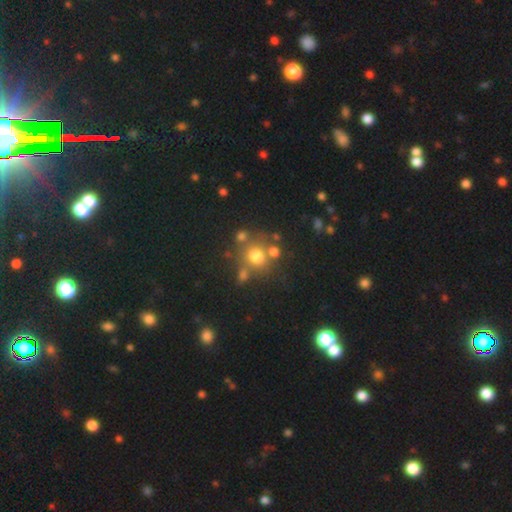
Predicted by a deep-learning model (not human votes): Q: Smooth or featured?
A: smooth (68%); runner-up: star or artifact (20%)
Q: How rounded?
A: round (86%); runner-up: in between (13%)
Q: Merging?
A: none (64%); runner-up: merger (18%)